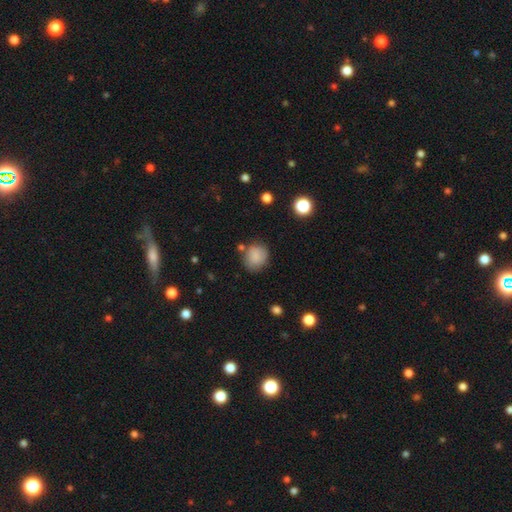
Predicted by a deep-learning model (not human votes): Smooth or featured? smooth (83%)
How rounded? round (76%)
Merging? none (70%)